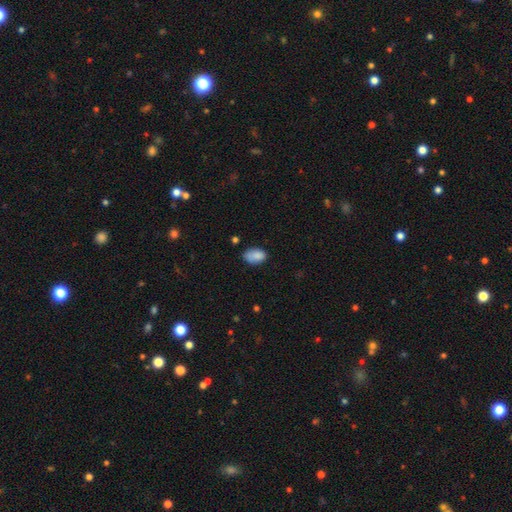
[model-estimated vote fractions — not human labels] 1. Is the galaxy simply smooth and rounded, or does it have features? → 86% smooth, 8% star or artifact, 6% featured or disk.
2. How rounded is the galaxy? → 90% in between, 9% round, 1% cigar-shaped.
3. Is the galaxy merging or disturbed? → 68% none, 24% minor disturbance, 5% major disturbance, 3% merger.